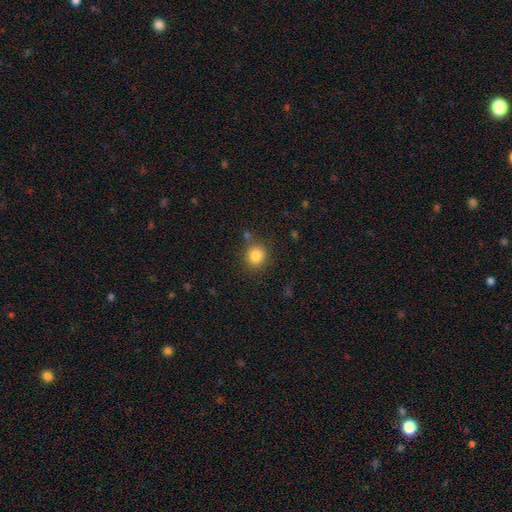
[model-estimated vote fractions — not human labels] A smooth galaxy with no disk features (83%) that is round (86%).

Vote fractions:
- Smooth or featured? smooth: 83% / star or artifact: 11% / featured or disk: 6%
- How rounded? round: 86% / in between: 13% / cigar-shaped: 1%
- Merging? none: 82% / minor disturbance: 10% / merger: 5% / major disturbance: 3%